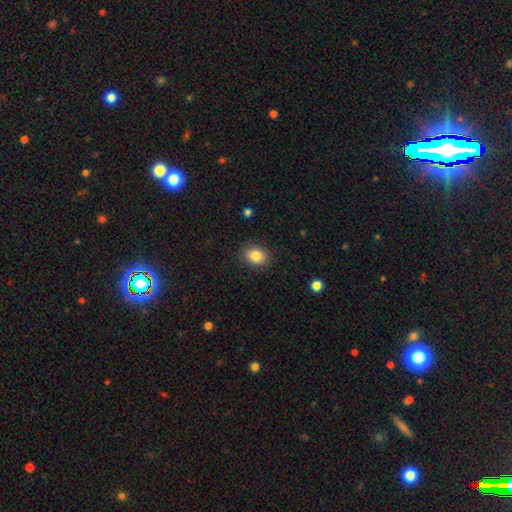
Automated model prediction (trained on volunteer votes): This appears to be a smooth galaxy with no disk features (85%) that is round (52%). Merging: none (87%).